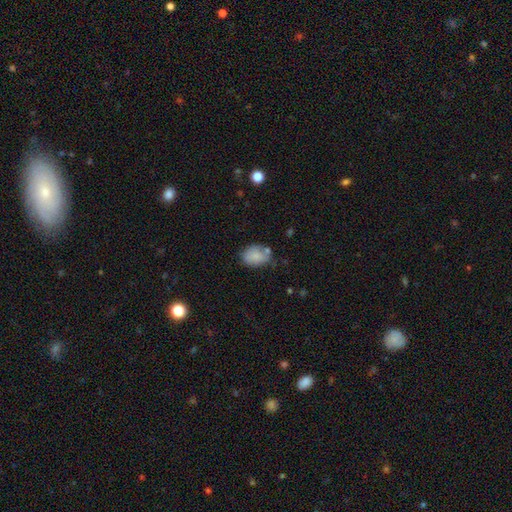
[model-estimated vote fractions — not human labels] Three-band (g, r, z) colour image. It shows a smooth galaxy with no disk features (80%) that is in between round and cigar-shaped (69%). Merging: none (58%).